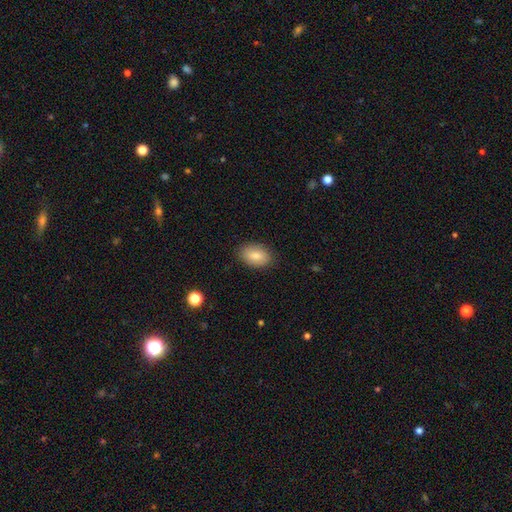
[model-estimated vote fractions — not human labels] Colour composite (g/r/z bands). It shows a smooth galaxy with no disk features (83%) that is in between round and cigar-shaped (88%). Merging: none (87%).